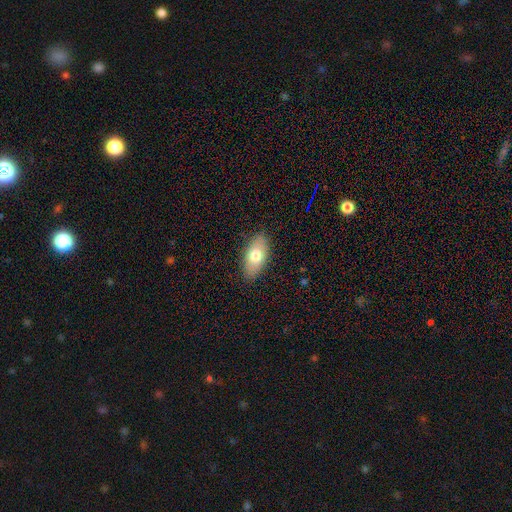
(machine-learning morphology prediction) This is likely a smooth galaxy (71%). How rounded: clearly in between (90%). Merging: clearly none (87%).